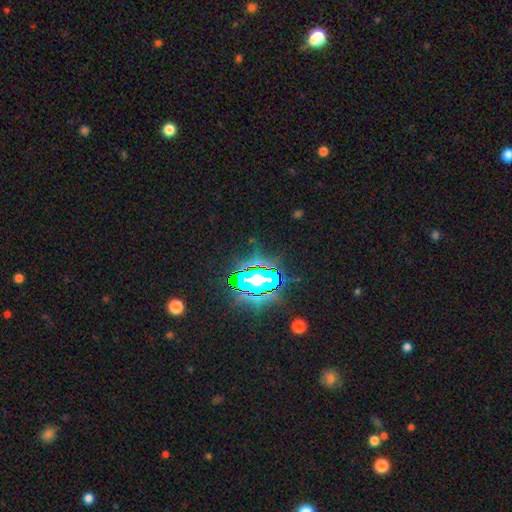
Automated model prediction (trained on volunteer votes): This is likely a star or artifact rather than a galaxy (69%).